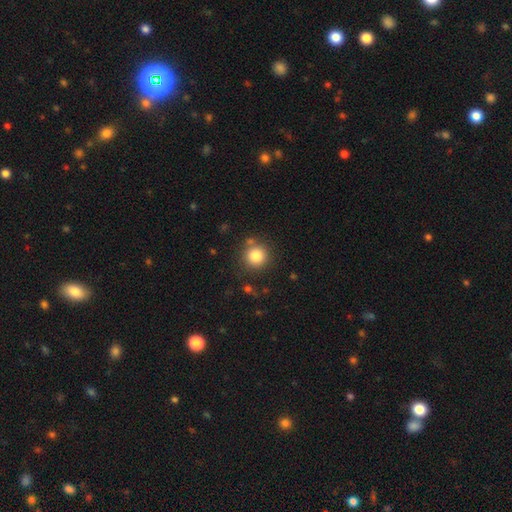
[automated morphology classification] A smooth galaxy with no disk features (82%) that is round (93%). Merging: none (81%).